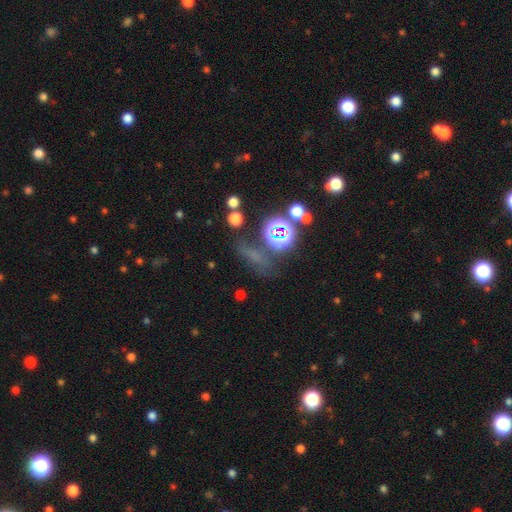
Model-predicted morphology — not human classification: A star or artifact, not a galaxy (54%).

Vote fractions:
- Smooth or featured? star or artifact: 54% / smooth: 31% / featured or disk: 15%